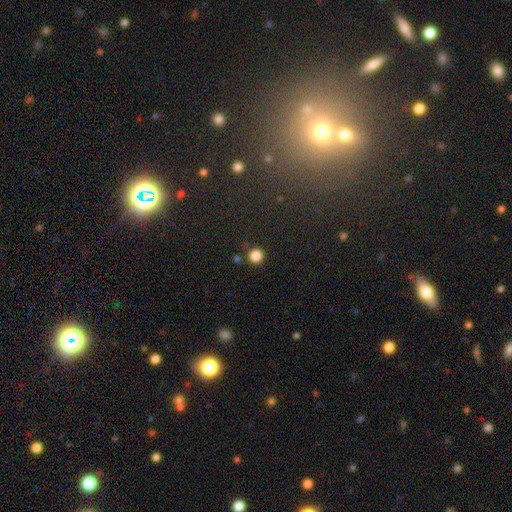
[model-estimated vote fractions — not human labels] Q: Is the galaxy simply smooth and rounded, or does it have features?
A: smooth — 84%.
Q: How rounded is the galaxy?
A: round — 95%.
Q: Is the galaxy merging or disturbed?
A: none — 88%.